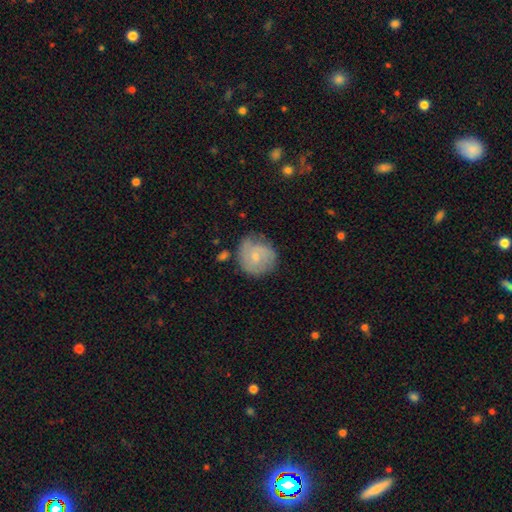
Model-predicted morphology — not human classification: A featured or disk galaxy (50%).

Vote fractions:
- Smooth or featured? featured or disk: 50% / smooth: 43% / star or artifact: 7%
- Merging? none: 65% / minor disturbance: 24% / major disturbance: 7% / merger: 3%